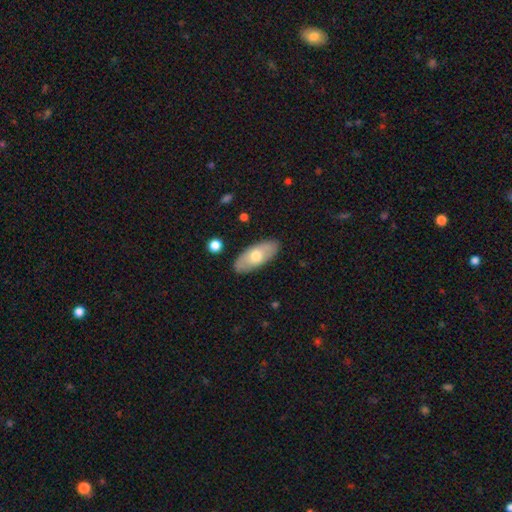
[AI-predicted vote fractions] The model was most divided on "smooth or featured": smooth: 63%, featured or disk: 32%, star or artifact: 5%. More confident: merging — none (88%); how rounded — in between (86%).